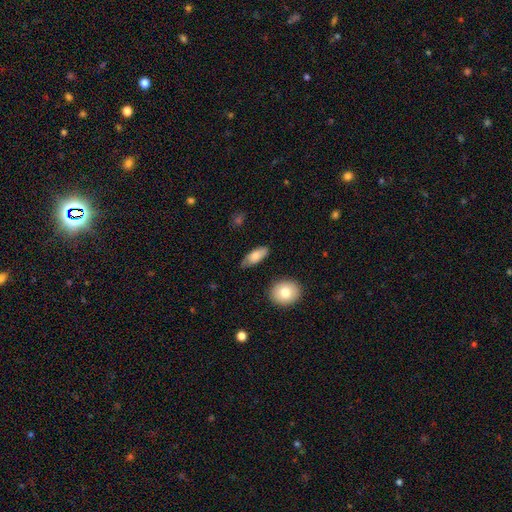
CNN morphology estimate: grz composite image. It shows a smooth galaxy with no disk features (72%) that is in between round and cigar-shaped (83%). Merging: none (73%).